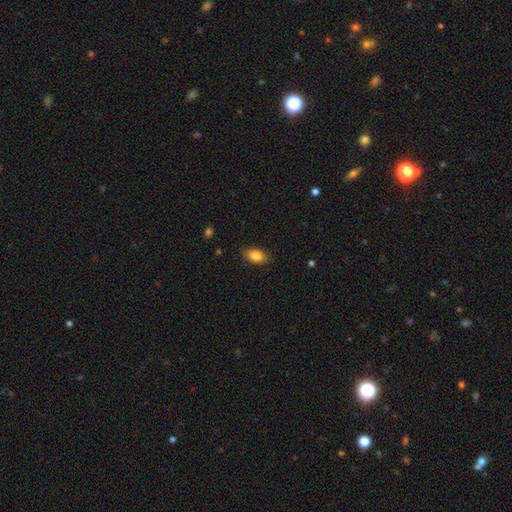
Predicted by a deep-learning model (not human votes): This appears to be a smooth galaxy with no disk features (85%) that is in between round and cigar-shaped (88%). Merging: none (82%).